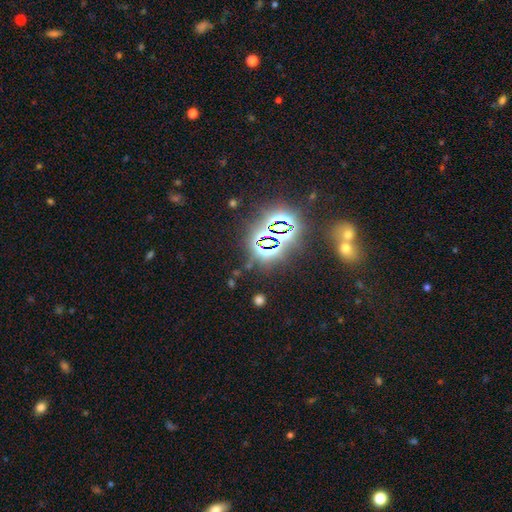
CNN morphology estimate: Overall: star or artifact (79%).